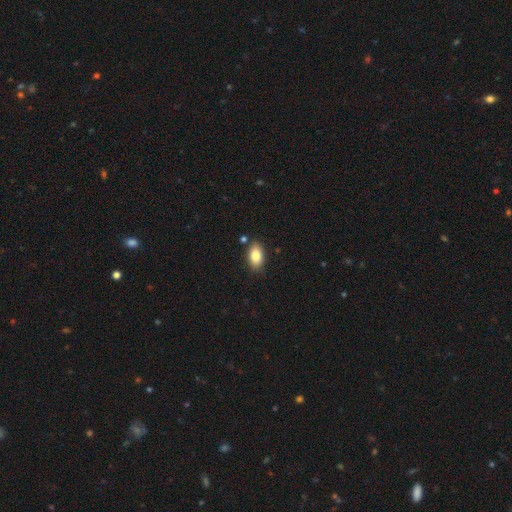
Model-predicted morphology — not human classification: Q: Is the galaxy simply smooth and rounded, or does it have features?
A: smooth — 83%.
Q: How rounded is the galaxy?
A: in between — 91%.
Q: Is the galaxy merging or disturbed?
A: none — 83%.